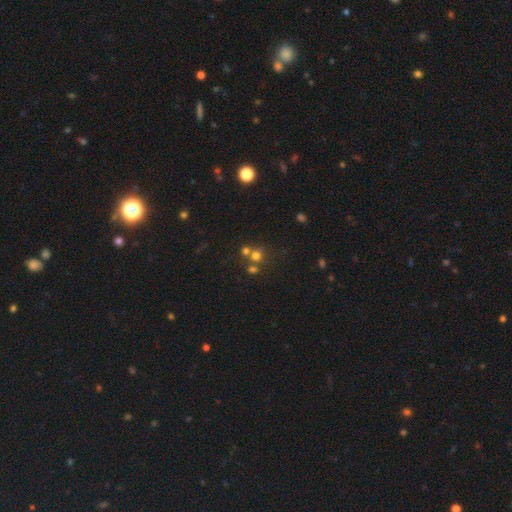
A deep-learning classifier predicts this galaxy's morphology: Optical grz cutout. It shows a smooth galaxy with no disk features (64%) that is round (86%). Merging: none (51%).